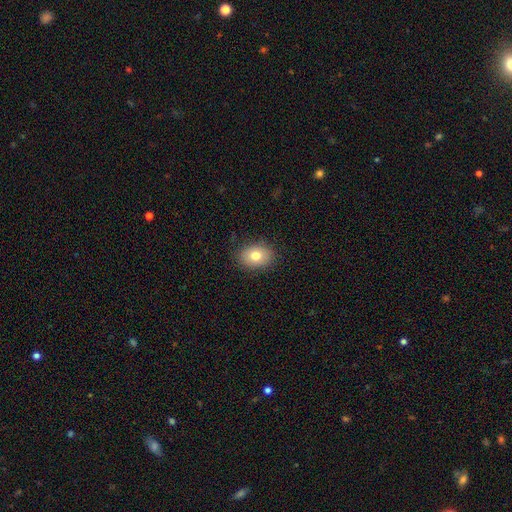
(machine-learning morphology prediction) Overall: smooth (79%). How rounded: in between (67%; round 32%). Merging: none (87%).